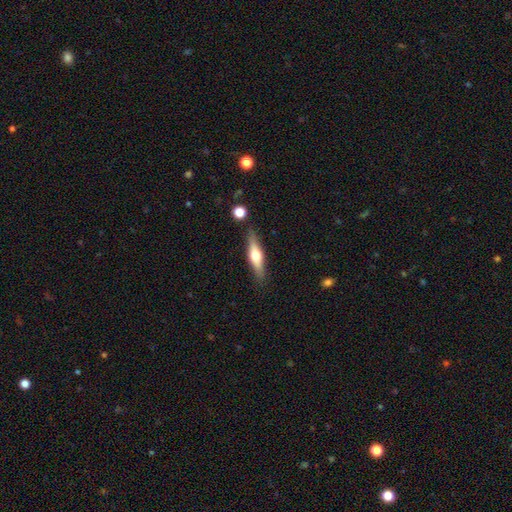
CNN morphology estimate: smooth-or-featured: featured or disk: 55% | smooth: 39% | star or artifact: 6%
  disk-edge-on: yes: 94% | no: 6%
    edge-on-bulge: rounded: 94% | boxy: 4% | none: 3%
  merging: none: 84% | minor disturbance: 10% | merger: 3% | major disturbance: 2%